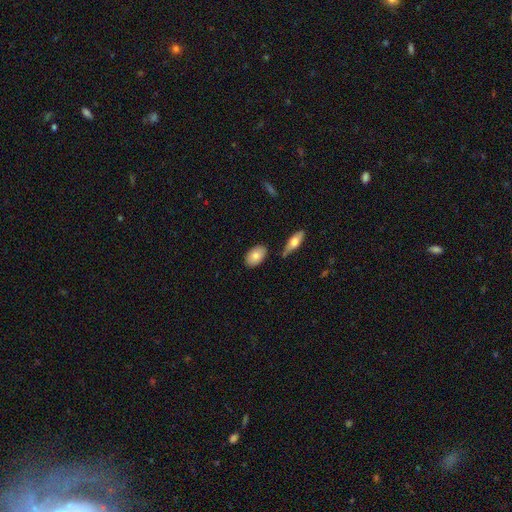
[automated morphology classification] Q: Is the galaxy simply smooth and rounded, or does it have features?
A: smooth — 79%.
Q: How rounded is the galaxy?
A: in between — 91%.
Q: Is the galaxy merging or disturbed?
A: none — 78%.